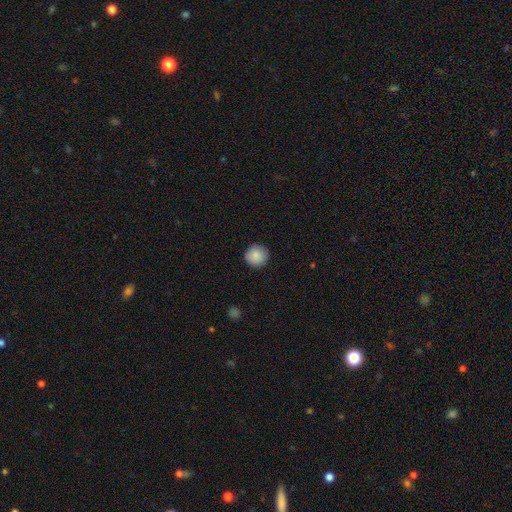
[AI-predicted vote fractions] The model was most divided on "smooth or featured": smooth: 88%, star or artifact: 8%, featured or disk: 5%. More confident: how rounded — round (95%); merging — none (91%).